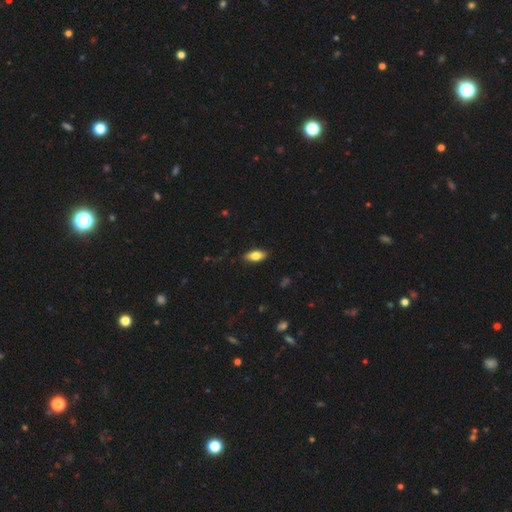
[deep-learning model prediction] This is likely a smooth galaxy (74%). How rounded: clearly in between (84%). Merging: clearly none (87%).